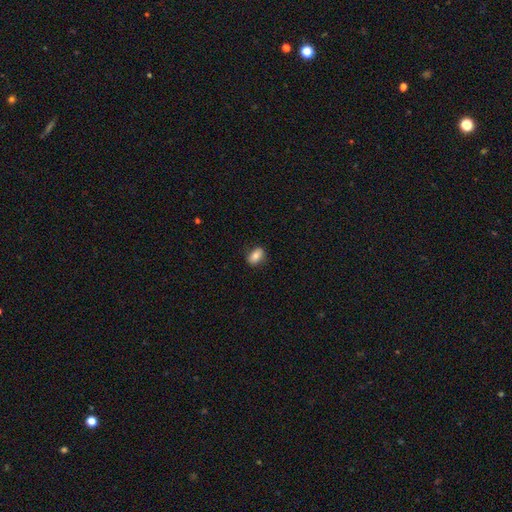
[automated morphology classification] Q: Smooth or featured?
A: smooth (78%); runner-up: featured or disk (14%)
Q: How rounded?
A: in between (82%); runner-up: round (16%)
Q: Merging?
A: none (82%); runner-up: minor disturbance (14%)